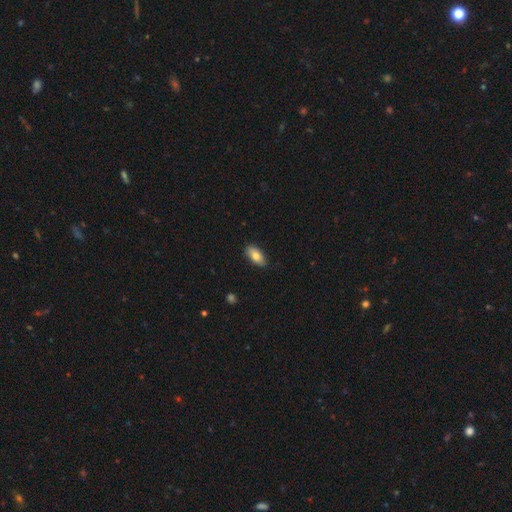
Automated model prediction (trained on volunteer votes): This appears to be a smooth galaxy with no disk features (79%) that is in between round and cigar-shaped (91%). Merging: none (87%).